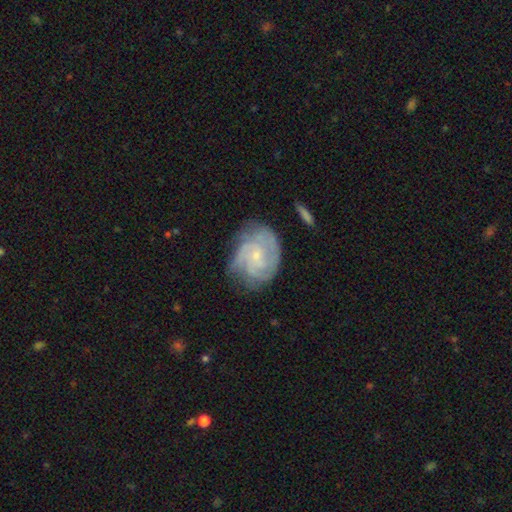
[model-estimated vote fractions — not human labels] Smooth or featured? Predicted: featured or disk (p=0.78). Edge-on disk? Predicted: no (p=0.98). Bar? Predicted: no (p=0.68). Spiral arms? Predicted: yes (p=0.93). Spiral winding? Predicted: tight (p=0.55). Spiral arm count? Predicted: can't tell (p=0.30). Bulge size? Predicted: small (p=0.75). Merging? Predicted: none (p=0.63).